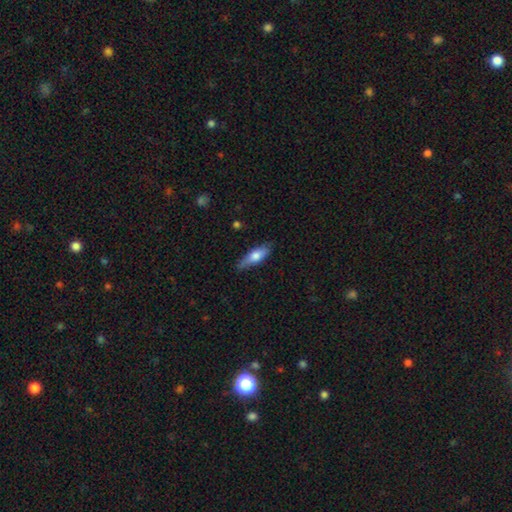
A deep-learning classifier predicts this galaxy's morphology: Smooth or featured: smooth — 65% (featured or disk — 29%)
How rounded: in between — 53% (cigar-shaped — 45%)
Merging: none — 71% (minor disturbance — 24%)